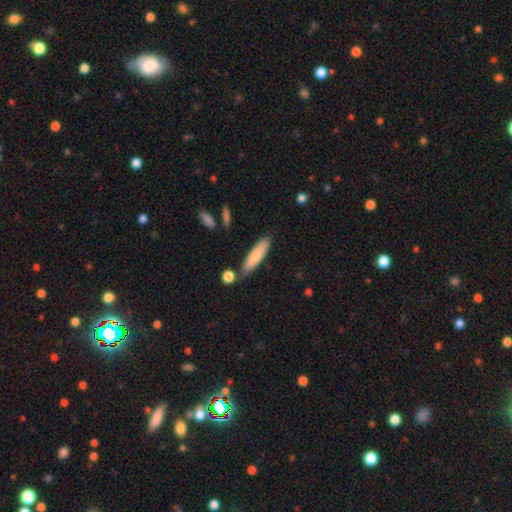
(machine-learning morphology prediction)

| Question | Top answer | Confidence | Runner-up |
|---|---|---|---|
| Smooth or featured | smooth | 75% | featured or disk (19%) |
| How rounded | cigar-shaped | 73% | in between (25%) |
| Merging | none | 79% | minor disturbance (13%) |